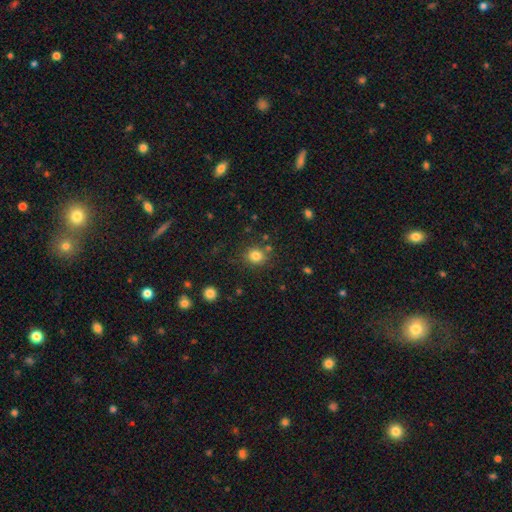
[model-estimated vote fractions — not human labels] smooth 82%, star or artifact 12%, featured or disk 6%. Down the decision tree: how rounded — round (78%); merging — none (80%).